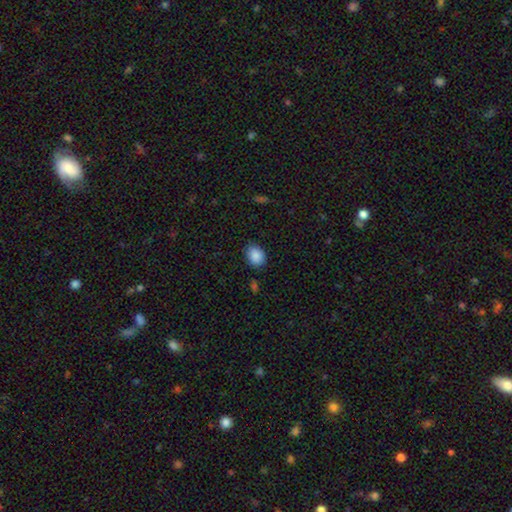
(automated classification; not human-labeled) smooth-or-featured: smooth: 89% | star or artifact: 8% | featured or disk: 4%
  how-rounded: in between: 62% | round: 37% | cigar-shaped: 1%
  merging: none: 83% | minor disturbance: 13% | major disturbance: 3% | merger: 2%